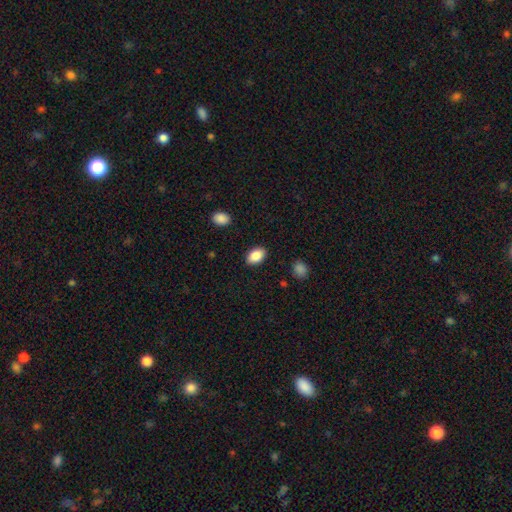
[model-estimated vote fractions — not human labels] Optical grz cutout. It shows a smooth galaxy with no disk features (88%) that is in between round and cigar-shaped (87%). Merging: none (88%).